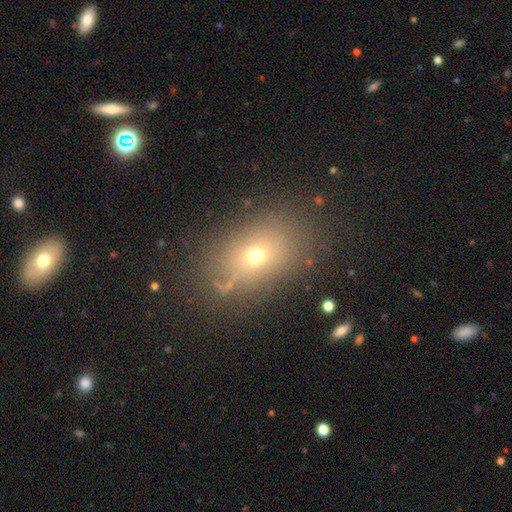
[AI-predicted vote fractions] Smooth or featured?
  - smooth: 61% *
  - featured or disk: 19%
  - star or artifact: 19%
How rounded?
  - in between: 68% *
  - round: 30%
  - cigar-shaped: 2%
Merging?
  - none: 75% *
  - minor disturbance: 14%
  - major disturbance: 8%
  - merger: 3%